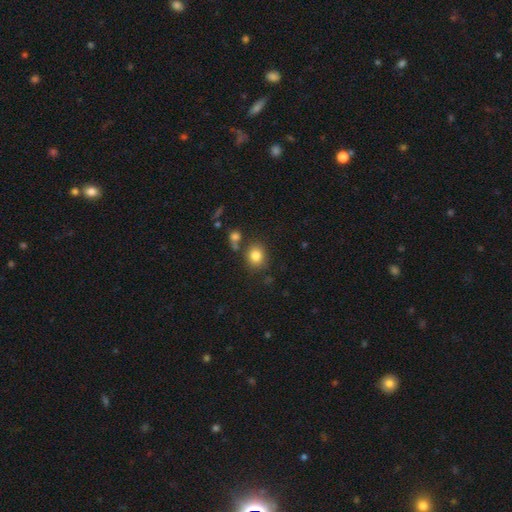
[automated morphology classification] Smooth or featured? Predicted: smooth (p=0.82). How rounded? Predicted: round (p=0.69). Merging? Predicted: none (p=0.75).